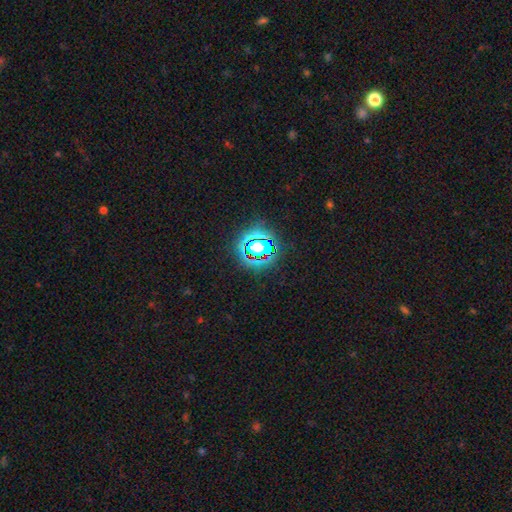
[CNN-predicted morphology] A star or artifact, not a galaxy (79%).

Vote fractions:
- Smooth or featured? star or artifact: 79% / smooth: 14% / featured or disk: 7%